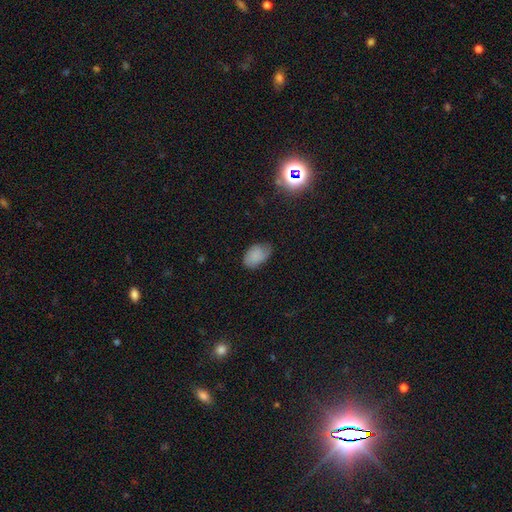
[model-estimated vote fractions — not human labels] Smooth or featured? Predicted: smooth (p=0.71). How rounded? Predicted: in between (p=0.89). Merging? Predicted: none (p=0.57).